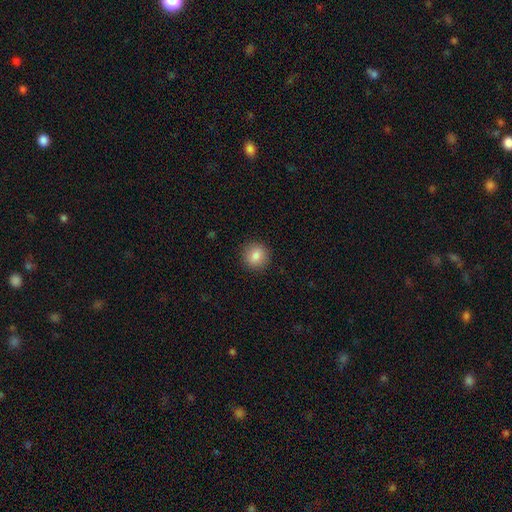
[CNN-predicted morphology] smooth 85%, star or artifact 9%, featured or disk 7%. Down the decision tree: how rounded — round (88%); merging — none (90%).